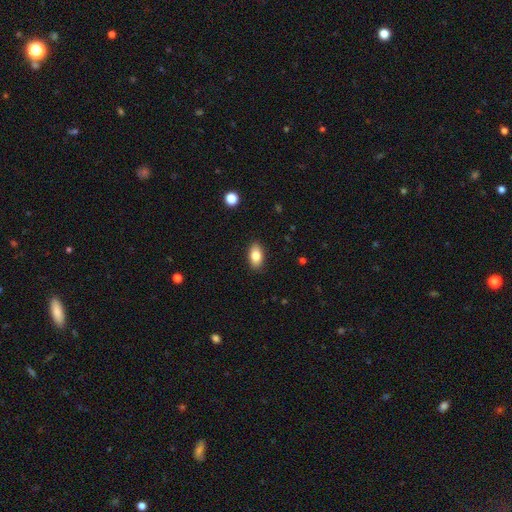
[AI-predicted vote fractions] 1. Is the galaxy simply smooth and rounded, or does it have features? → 82% smooth, 11% featured or disk, 7% star or artifact.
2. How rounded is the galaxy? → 90% in between, 6% round, 4% cigar-shaped.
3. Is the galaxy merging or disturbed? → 89% none, 8% minor disturbance, 2% major disturbance, 1% merger.